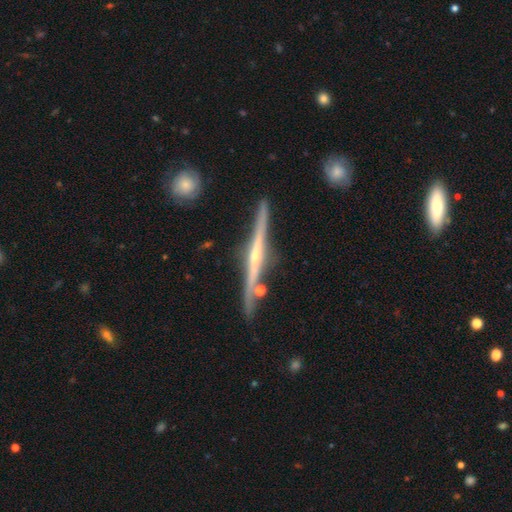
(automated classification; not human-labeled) Morphology: type=featured or disk (83%); edge-on=yes (98%); edge-on bulge=rounded (72%); merging=none (84%).